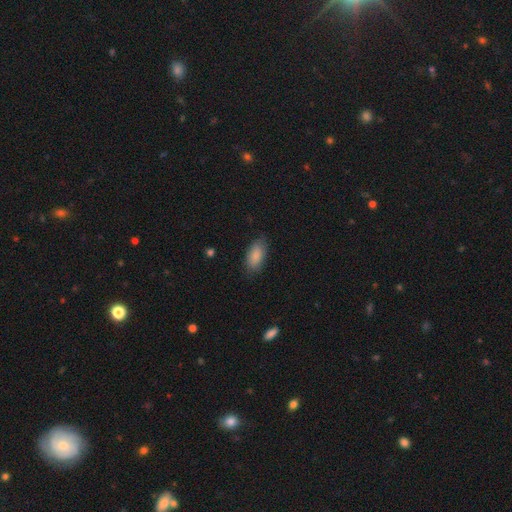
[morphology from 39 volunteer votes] A smooth galaxy with no disk features (90%) that is in between round and cigar-shaped (97%).

Vote fractions:
- Smooth or featured? smooth: 90% / featured or disk: 8% / star or artifact: 3%
- How rounded? in between: 97% / cigar-shaped: 3% / round: 0%
- Merging? none: 71% / minor disturbance: 26% / major disturbance: 3% / merger: 0%